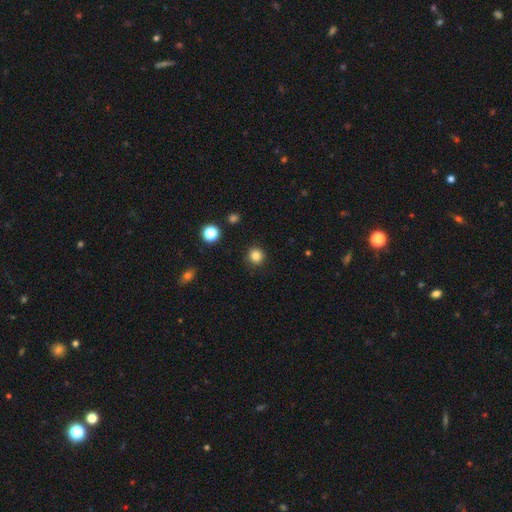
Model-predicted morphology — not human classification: The model was most divided on "smooth or featured": smooth: 84%, star or artifact: 12%, featured or disk: 4%. More confident: how rounded — round (93%); merging — none (90%).